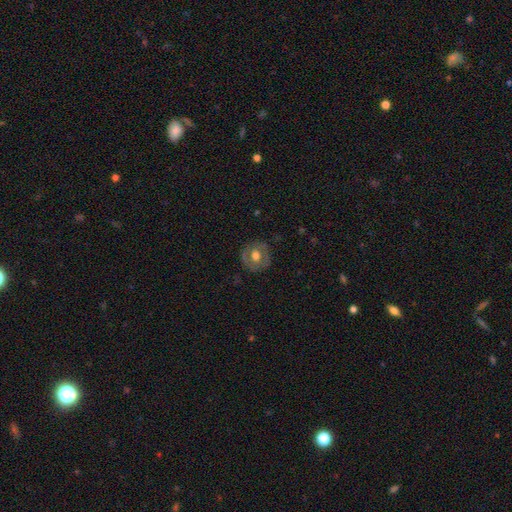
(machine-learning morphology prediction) This appears to be a smooth galaxy with no disk features (50%). Merging: none (81%).